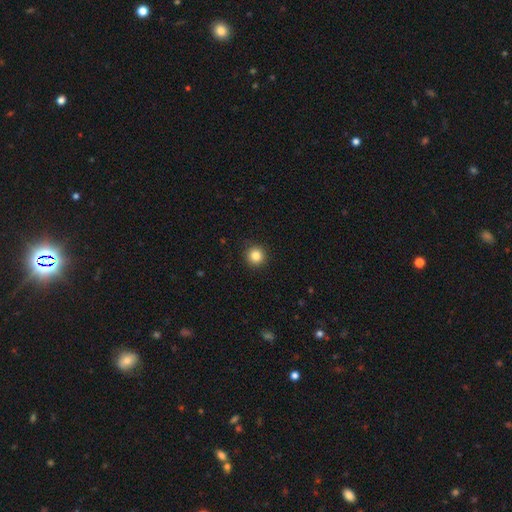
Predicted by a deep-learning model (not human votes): A smooth galaxy with no disk features (84%) that is round (95%).

Vote fractions:
- Smooth or featured? smooth: 84% / star or artifact: 11% / featured or disk: 5%
- How rounded? round: 95% / in between: 4% / cigar-shaped: 1%
- Merging? none: 92% / minor disturbance: 5% / major disturbance: 2% / merger: 1%